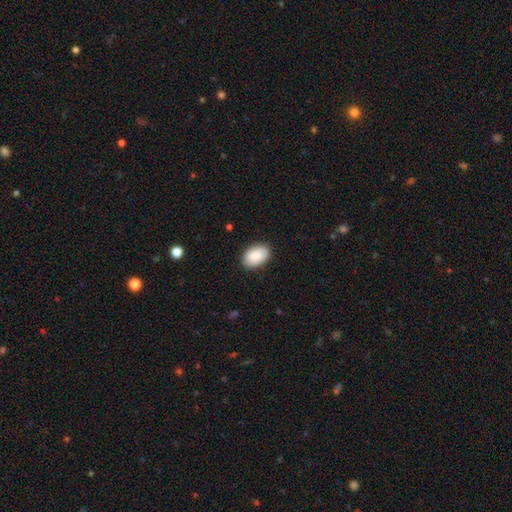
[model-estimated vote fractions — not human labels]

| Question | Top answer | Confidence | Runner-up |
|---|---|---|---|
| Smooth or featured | smooth | 89% | star or artifact (6%) |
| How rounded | in between | 90% | round (9%) |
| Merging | none | 88% | minor disturbance (9%) |